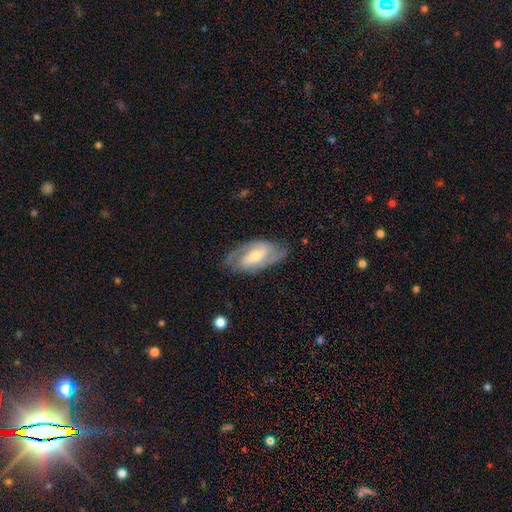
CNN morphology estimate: A featured or disk galaxy (75%) with a weak bar (42%), 2 (79%) medium (45%) spiral arms (88%) and a moderate central bulge (49%).

Vote fractions:
- Smooth or featured? featured or disk: 75% / smooth: 19% / star or artifact: 6%
- Edge-on disk? no: 93% / yes: 7%
- Bar? weak: 42% / strong: 32% / no: 26%
- Spiral arms? yes: 88% / no: 12%
- Spiral winding? medium: 45% / tight: 35% / loose: 20%
- Spiral arm count? 2: 79% / can't tell: 13% / 3: 3% / 1: 3% / 4: 1% / more than 4: 1%
- Bulge size? moderate: 49% / small: 45% / large: 4% / none: 2% / dominant: 1%
- Merging? none: 74% / minor disturbance: 18% / major disturbance: 7% / merger: 1%